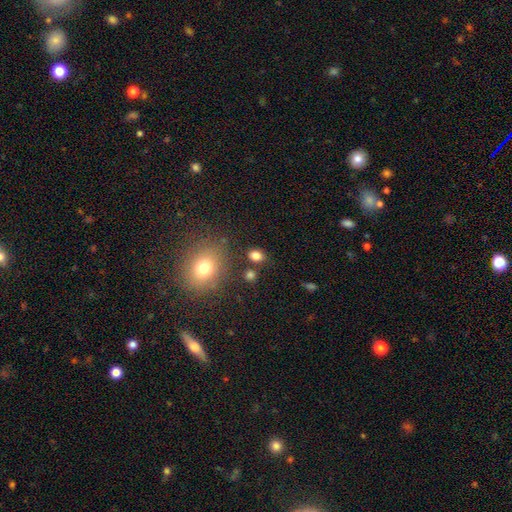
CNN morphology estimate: The model was most divided on "how rounded": in between: 65%, round: 34%, cigar-shaped: 2%. More confident: smooth or featured — smooth (82%); merging — none (78%).